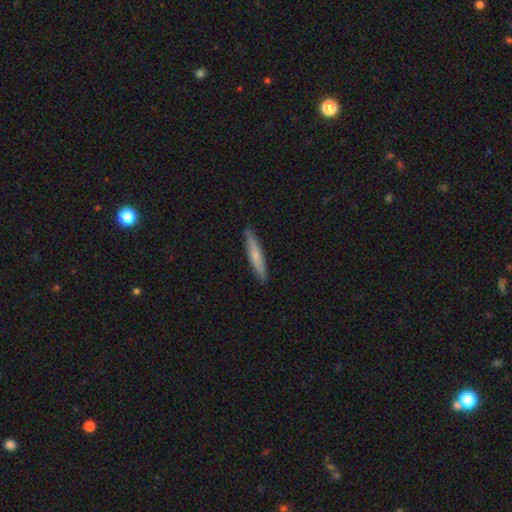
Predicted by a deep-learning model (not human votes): smooth-or-featured: smooth: 66% | featured or disk: 29% | star or artifact: 5%
  how-rounded: cigar-shaped: 93% | in between: 5% | round: 1%
  merging: none: 90% | minor disturbance: 7% | major disturbance: 1% | merger: 1%